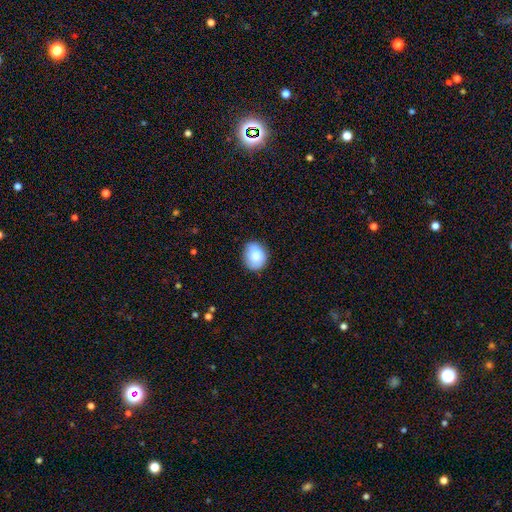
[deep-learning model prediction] Smooth or featured? smooth (83%)
How rounded? round (56%)
Merging? none (79%)